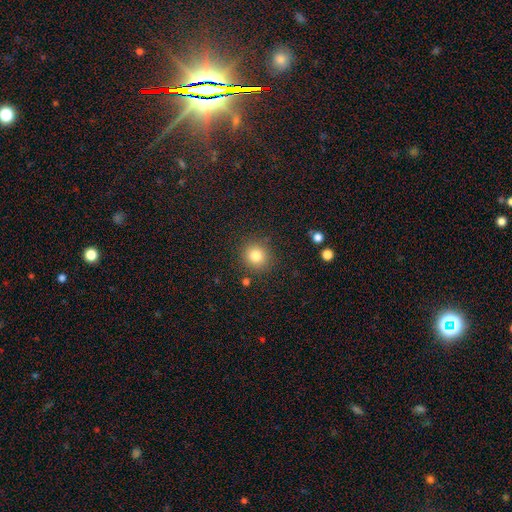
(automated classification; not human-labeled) This is clearly a smooth galaxy (81%). How rounded: clearly round (90%). Merging: clearly none (87%).